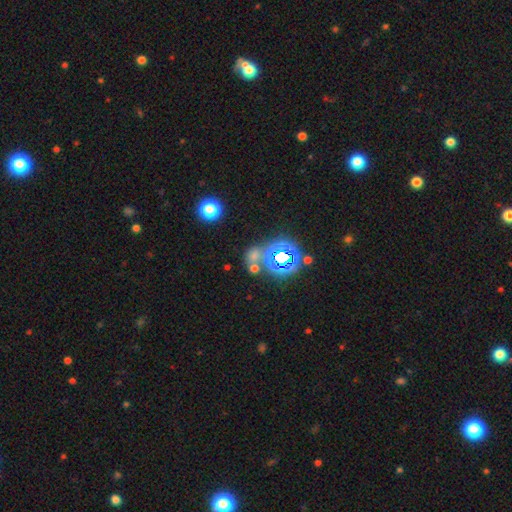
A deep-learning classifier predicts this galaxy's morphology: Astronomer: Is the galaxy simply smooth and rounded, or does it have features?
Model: star or artifact — 47% (runner-up: smooth, 43%).